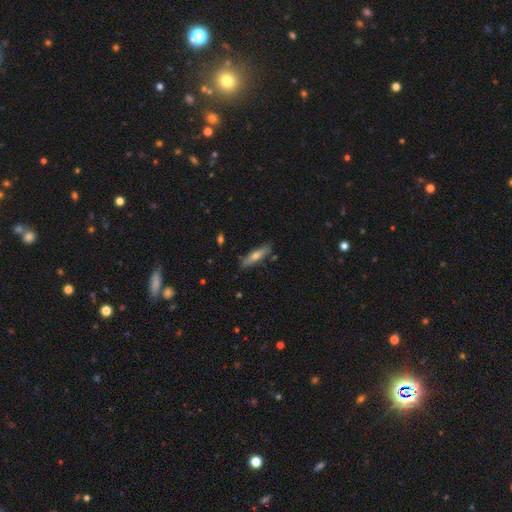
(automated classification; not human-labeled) Smooth or featured? Predicted: smooth (p=0.53). How rounded? Predicted: cigar-shaped (p=0.77). Merging? Predicted: none (p=0.83).